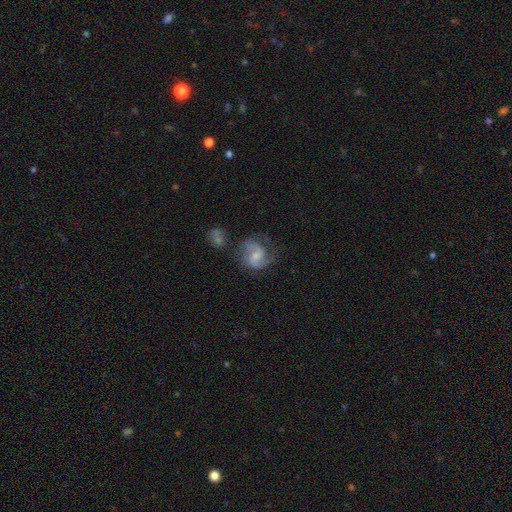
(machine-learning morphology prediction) featured or disk 76%, smooth 17%, star or artifact 7%. Down the decision tree: edge-on disk — no (98%); bar — weak (50%); spiral arms — yes (94%); spiral arm count — 2 (84%); spiral winding — medium (54%); bulge size — small (53%); merging — none (57%).